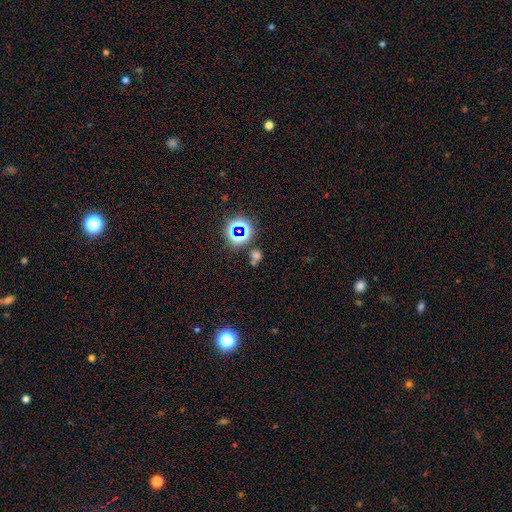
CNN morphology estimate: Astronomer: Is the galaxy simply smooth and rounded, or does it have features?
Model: smooth — 50% (runner-up: star or artifact, 42%).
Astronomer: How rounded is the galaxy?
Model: round — 79%.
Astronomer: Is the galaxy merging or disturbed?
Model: none — 61%.